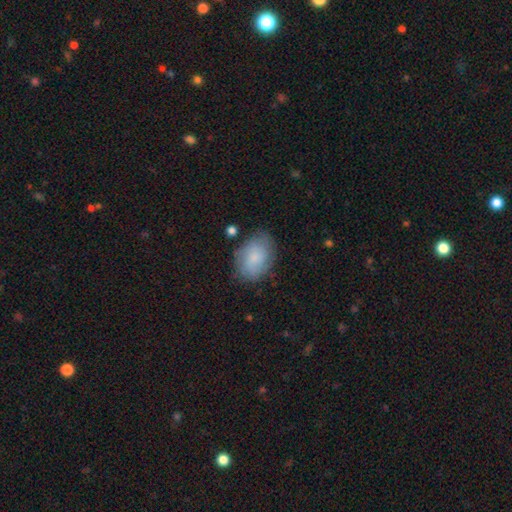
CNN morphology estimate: Smooth or featured: smooth — 68% (featured or disk — 24%)
How rounded: in between — 79% (round — 19%)
Merging: none — 72% (minor disturbance — 20%)